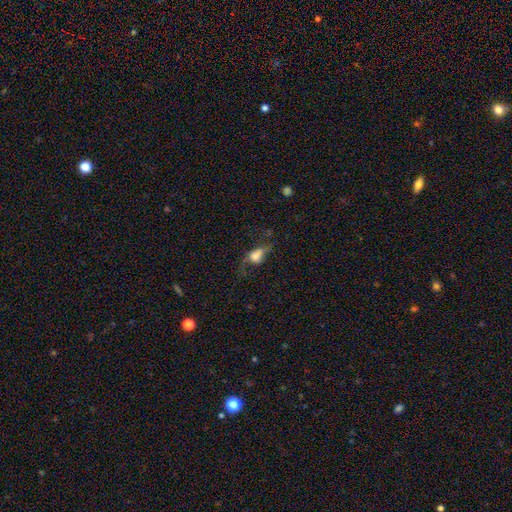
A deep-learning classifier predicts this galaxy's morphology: Overall: smooth (58%; featured or disk 29%). How rounded: in between (68%). Merging: major disturbance (39%; none 35%).